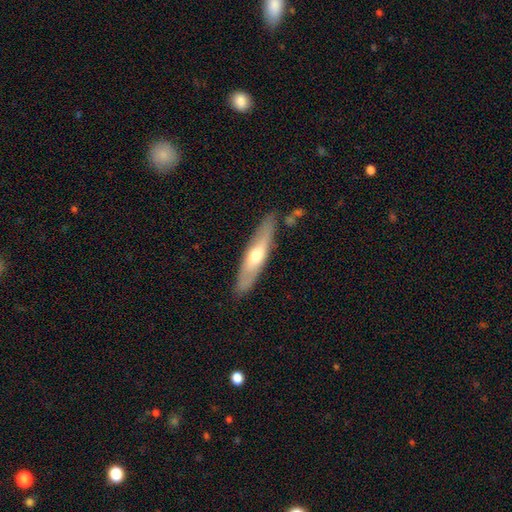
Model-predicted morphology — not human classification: featured or disk 48%, smooth 47%, star or artifact 6%. Down the decision tree: merging — none (83%).